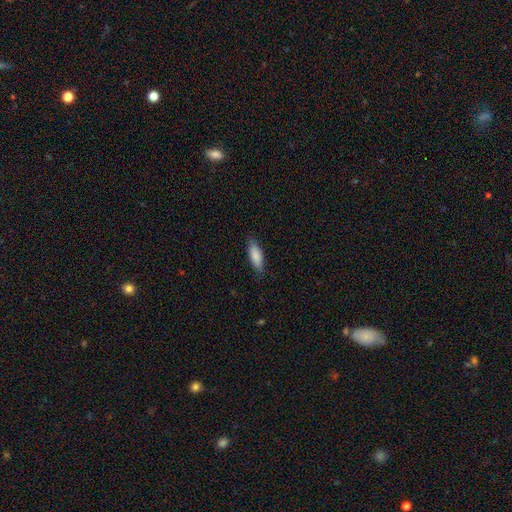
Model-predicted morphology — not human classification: Q: Smooth or featured?
A: smooth (86%); runner-up: featured or disk (9%)
Q: How rounded?
A: in between (66%); runner-up: cigar-shaped (32%)
Q: Merging?
A: none (82%); runner-up: minor disturbance (15%)